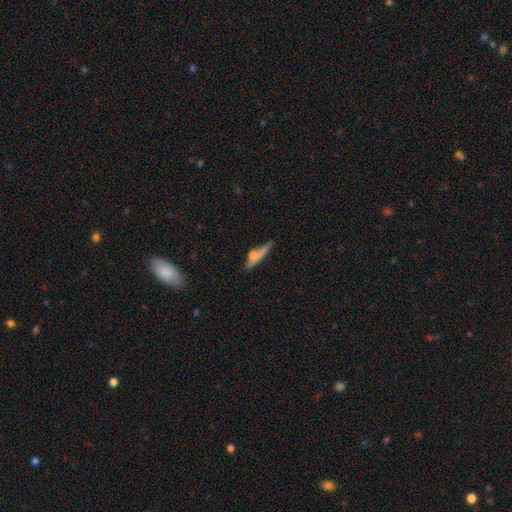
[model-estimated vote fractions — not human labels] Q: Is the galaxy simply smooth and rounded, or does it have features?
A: smooth — 64%.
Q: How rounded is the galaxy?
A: cigar-shaped — 77%.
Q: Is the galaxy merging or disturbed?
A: none — 45%.